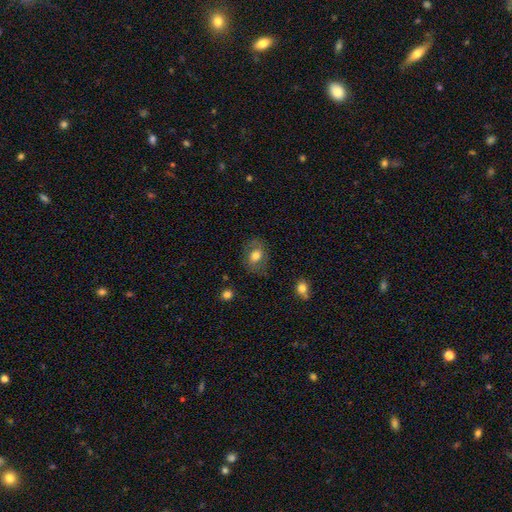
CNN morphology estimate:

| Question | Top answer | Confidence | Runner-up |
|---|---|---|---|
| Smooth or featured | smooth | 67% | featured or disk (24%) |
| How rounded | in between | 56% | round (43%) |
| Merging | none | 74% | minor disturbance (17%) |